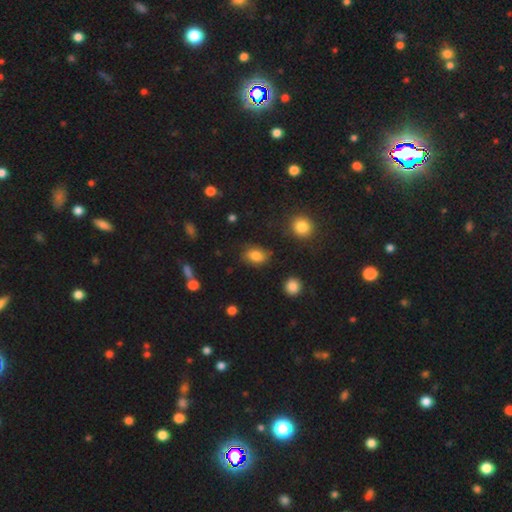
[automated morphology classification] This appears to be a smooth galaxy with no disk features (79%) that is in between round and cigar-shaped (78%). Merging: none (75%).